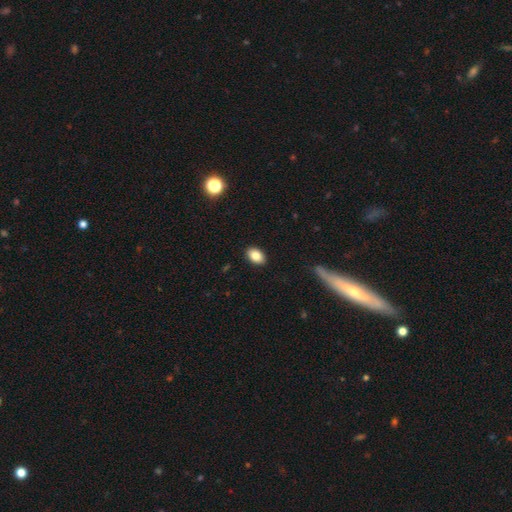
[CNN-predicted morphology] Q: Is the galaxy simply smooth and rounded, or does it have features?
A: smooth — 84%.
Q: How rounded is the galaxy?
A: in between — 85%.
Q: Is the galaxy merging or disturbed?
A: none — 90%.